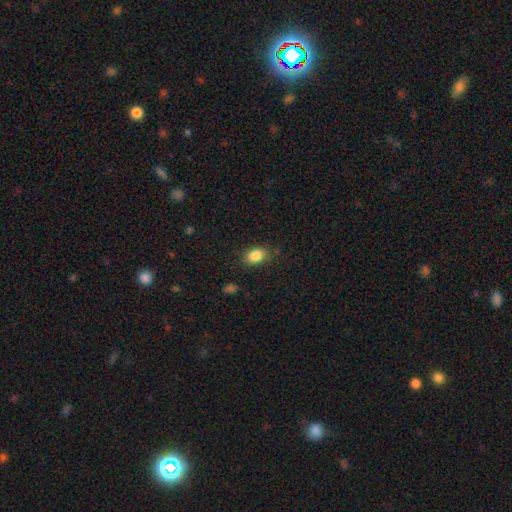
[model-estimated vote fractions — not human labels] A smooth galaxy with no disk features (85%) that is in between round and cigar-shaped (81%). Merging: none (82%).